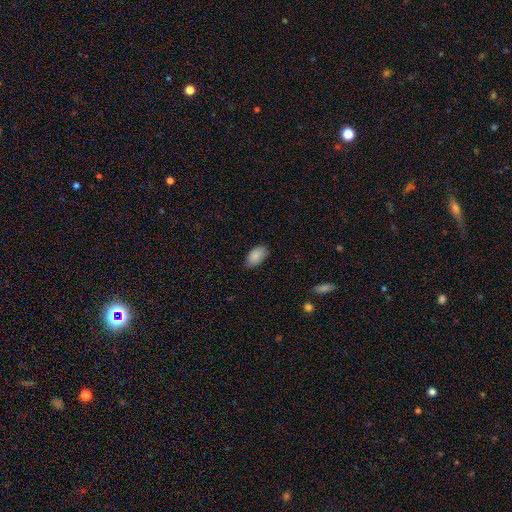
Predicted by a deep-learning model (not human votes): smooth 88%, star or artifact 7%, featured or disk 5%. Down the decision tree: how rounded — in between (94%); merging — none (80%).